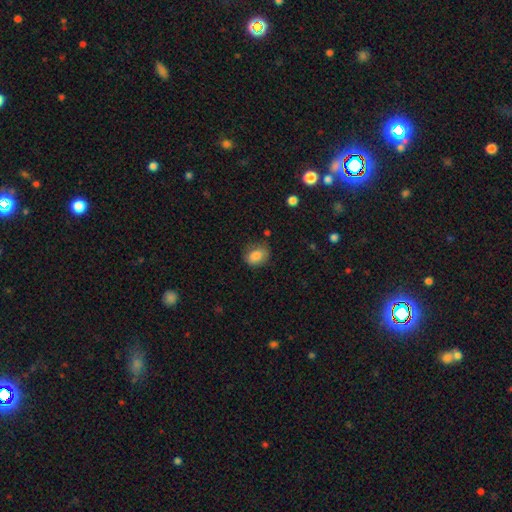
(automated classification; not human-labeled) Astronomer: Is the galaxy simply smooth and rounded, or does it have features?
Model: smooth — 84%.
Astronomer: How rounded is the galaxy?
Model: in between — 66%.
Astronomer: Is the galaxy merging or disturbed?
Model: none — 69%.